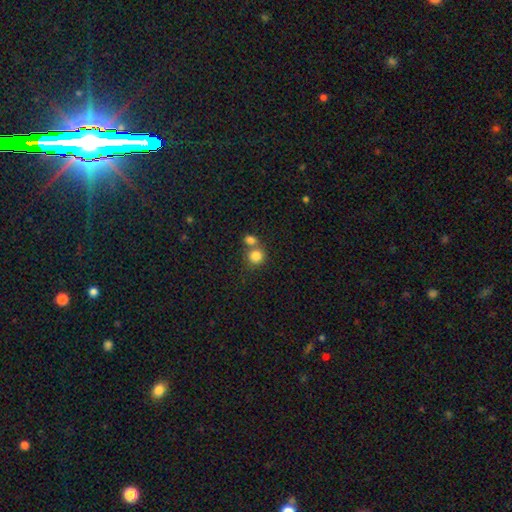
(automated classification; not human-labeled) Smooth or featured?
  - smooth: 82% *
  - star or artifact: 10%
  - featured or disk: 7%
How rounded?
  - round: 86% *
  - in between: 13%
  - cigar-shaped: 1%
Merging?
  - none: 47% *
  - merger: 43%
  - minor disturbance: 7%
  - major disturbance: 3%